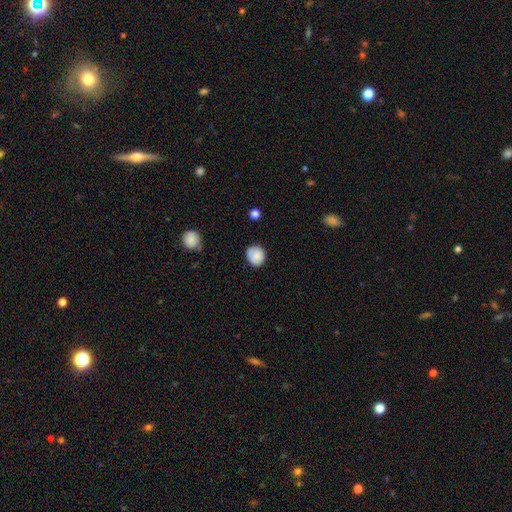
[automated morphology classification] Smooth or featured? smooth (83%)
How rounded? round (80%)
Merging? none (78%)